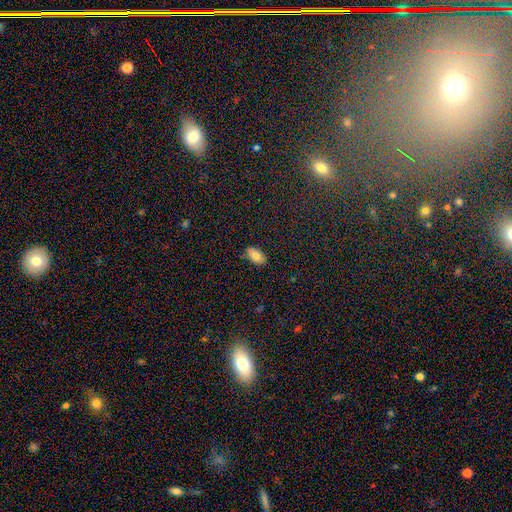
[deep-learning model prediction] The model was most divided on "smooth or featured": smooth: 80%, featured or disk: 11%, star or artifact: 9%. More confident: how rounded — in between (93%); merging — none (84%).